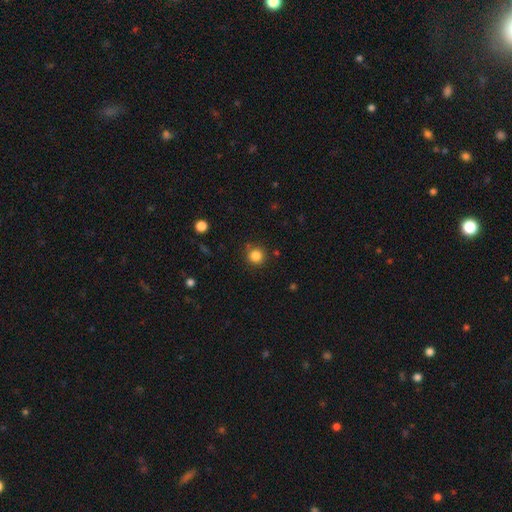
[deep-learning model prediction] smooth-or-featured: smooth: 84% | star or artifact: 12% | featured or disk: 4%
  how-rounded: round: 94% | in between: 5% | cigar-shaped: 1%
  merging: none: 86% | minor disturbance: 8% | merger: 3% | major disturbance: 3%